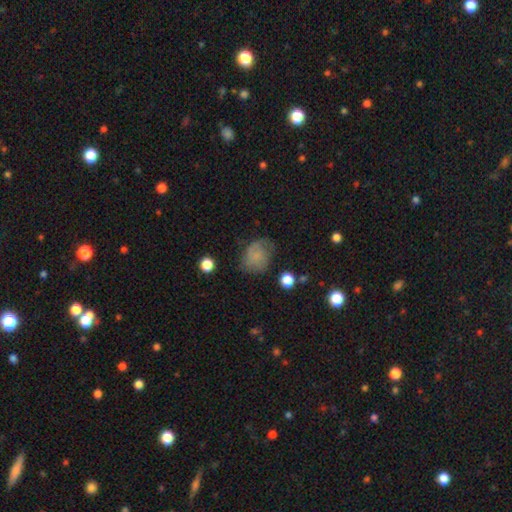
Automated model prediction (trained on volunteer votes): smooth 66%, featured or disk 22%, star or artifact 11%. Down the decision tree: how rounded — in between (51%); merging — none (57%).